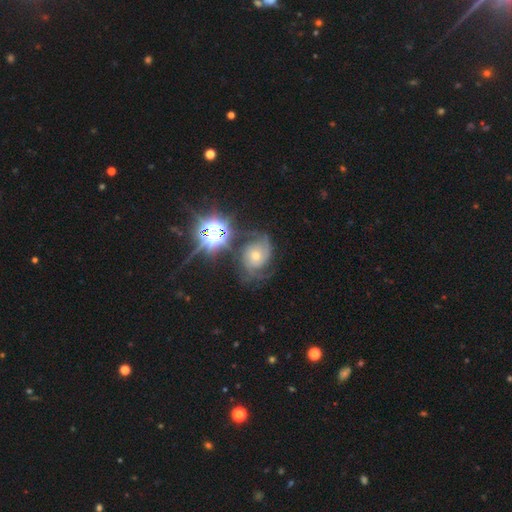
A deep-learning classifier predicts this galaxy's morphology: This appears to be a featured or disk galaxy (63%) with no bar (77%), 2 (32%) tight (51%) spiral arms (93%) and a moderate central bulge (50%). Merging: none (63%).